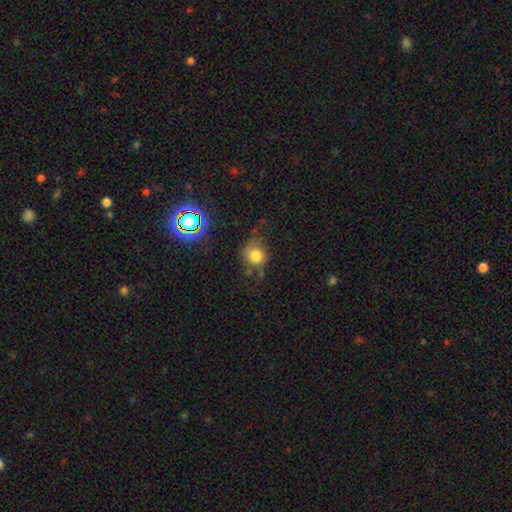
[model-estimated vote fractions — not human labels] A smooth galaxy with no disk features (72%) that is round (83%). Merging: none (59%).